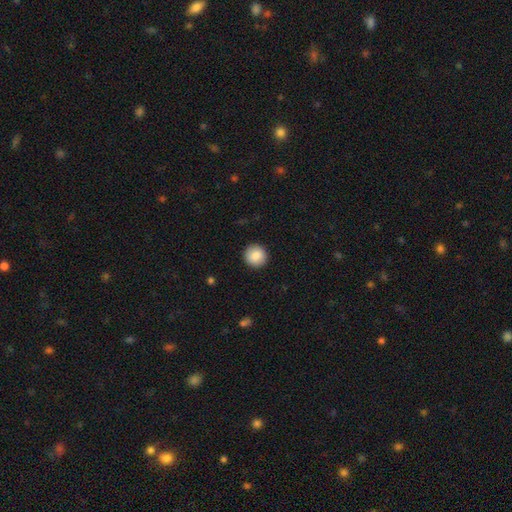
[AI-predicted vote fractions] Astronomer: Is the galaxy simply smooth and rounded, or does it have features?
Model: smooth — 86%.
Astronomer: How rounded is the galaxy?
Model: round — 93%.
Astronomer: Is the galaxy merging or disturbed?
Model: none — 92%.